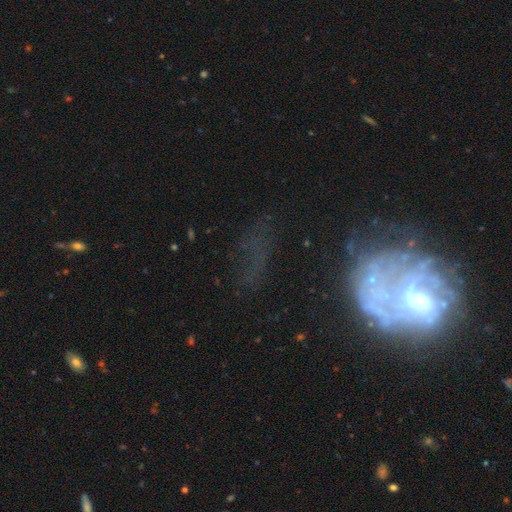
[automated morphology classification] Q: Smooth or featured?
A: featured or disk (56%); runner-up: star or artifact (25%)
Q: Edge-on disk?
A: no (94%); runner-up: yes (6%)
Q: Bar?
A: no (67%); runner-up: weak (22%)
Q: Spiral arms?
A: no (56%); runner-up: yes (44%)
Q: Bulge size?
A: moderate (42%); runner-up: small (29%)
Q: Merging?
A: none (41%); runner-up: major disturbance (32%)